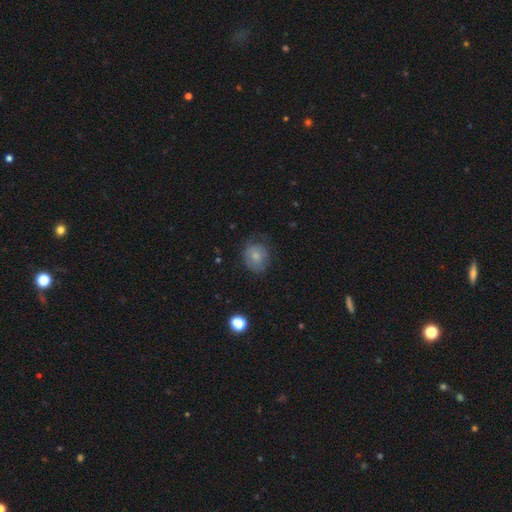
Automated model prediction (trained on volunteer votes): Smooth or featured: smooth — 69% (featured or disk — 23%)
How rounded: round — 72% (in between — 27%)
Merging: none — 61% (minor disturbance — 26%)